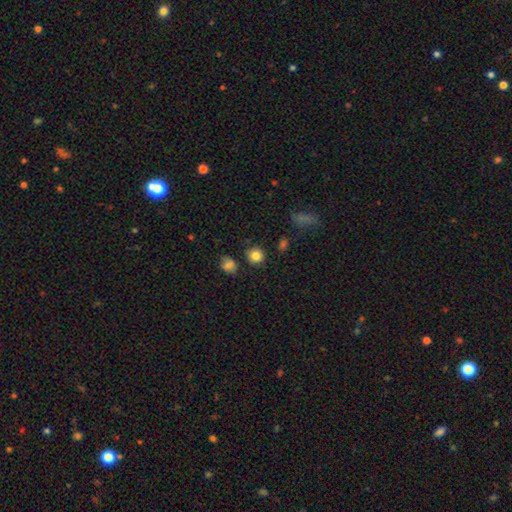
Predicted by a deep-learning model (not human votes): Smooth or featured: smooth — 83% (star or artifact — 11%)
How rounded: round — 88% (in between — 11%)
Merging: none — 84% (minor disturbance — 9%)